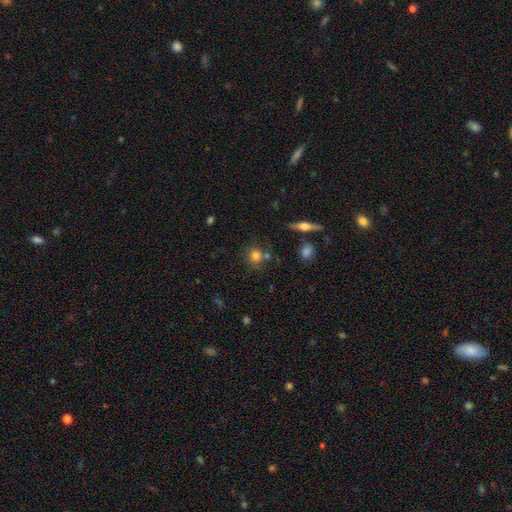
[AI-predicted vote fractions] The model was most divided on "merging": none: 70%, merger: 14%, minor disturbance: 12%, major disturbance: 4%. More confident: how rounded — round (86%); smooth or featured — smooth (75%).